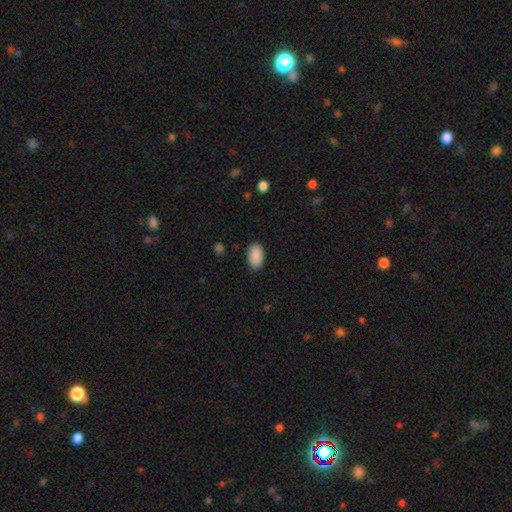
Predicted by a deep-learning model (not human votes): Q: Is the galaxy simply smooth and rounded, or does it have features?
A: smooth — 90%.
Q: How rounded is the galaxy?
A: in between — 94%.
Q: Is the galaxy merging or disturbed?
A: none — 88%.